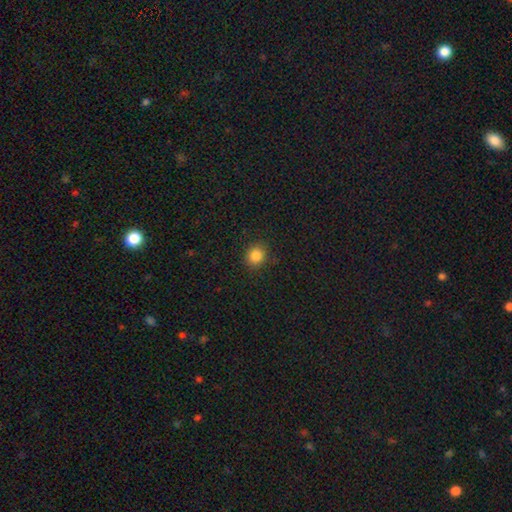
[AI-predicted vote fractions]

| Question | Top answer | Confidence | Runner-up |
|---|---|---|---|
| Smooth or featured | smooth | 85% | star or artifact (11%) |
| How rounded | round | 84% | in between (15%) |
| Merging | none | 90% | minor disturbance (7%) |